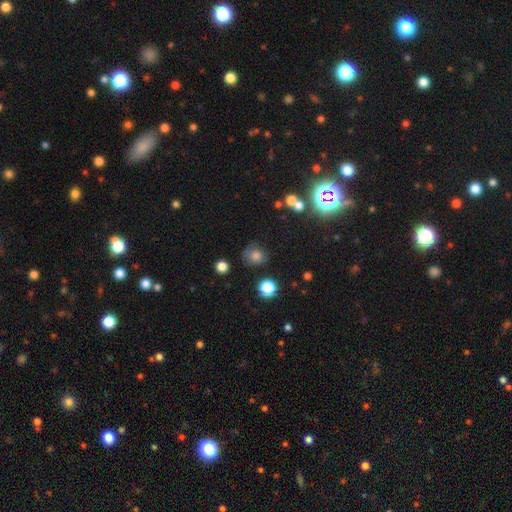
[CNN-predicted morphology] This appears to be a smooth galaxy with no disk features (75%) that is round (81%). Merging: none (65%).